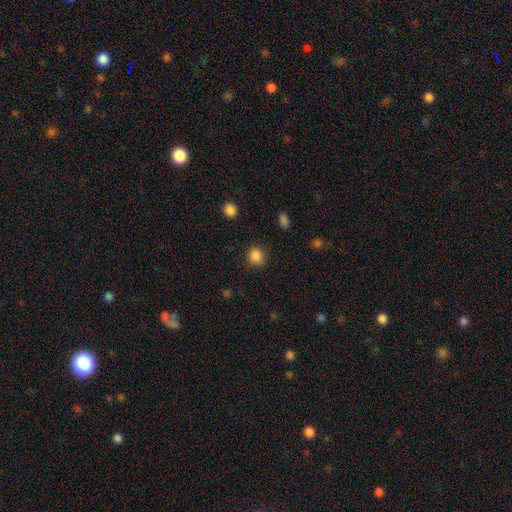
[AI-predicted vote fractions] This is clearly a smooth galaxy (86%). How rounded: clearly round (81%). Merging: clearly none (83%).